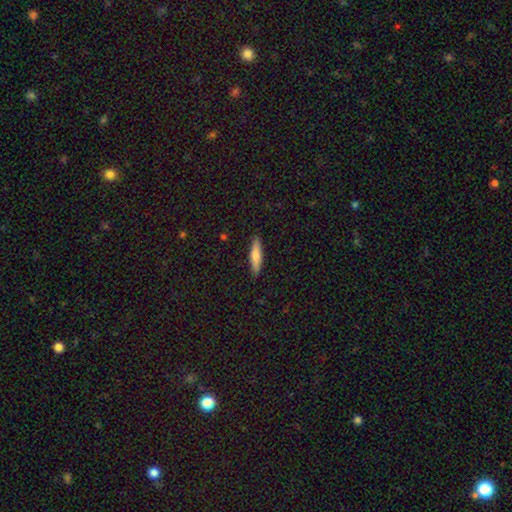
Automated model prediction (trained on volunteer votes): The model was most divided on "smooth or featured": smooth: 74%, featured or disk: 20%, star or artifact: 6%. More confident: merging — none (90%); how rounded — cigar-shaped (81%).